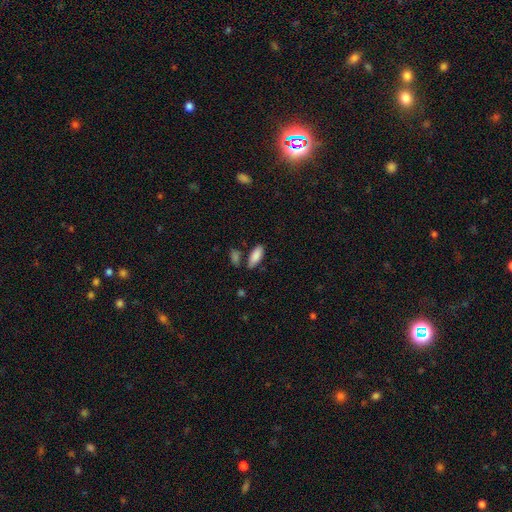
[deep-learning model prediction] This is clearly a smooth galaxy (87%). How rounded: clearly in between (81%). Merging: likely none (71%).